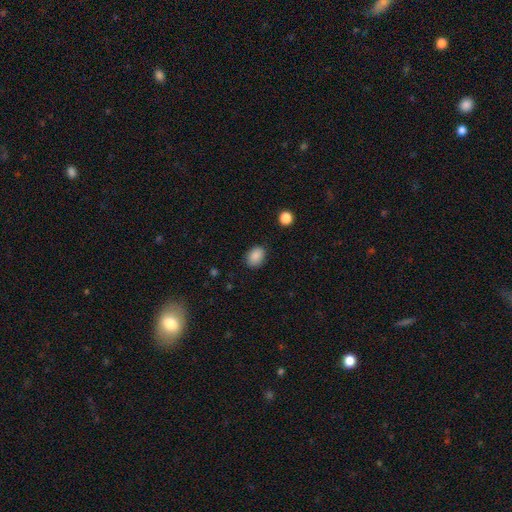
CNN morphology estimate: type=smooth (88%); roundness=in between (72%); merging=none (84%).